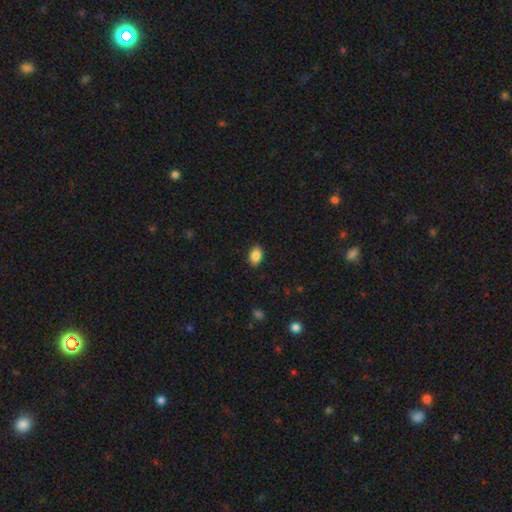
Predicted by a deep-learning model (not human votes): smooth 87%, star or artifact 8%, featured or disk 5%. Down the decision tree: how rounded — in between (84%); merging — none (88%).